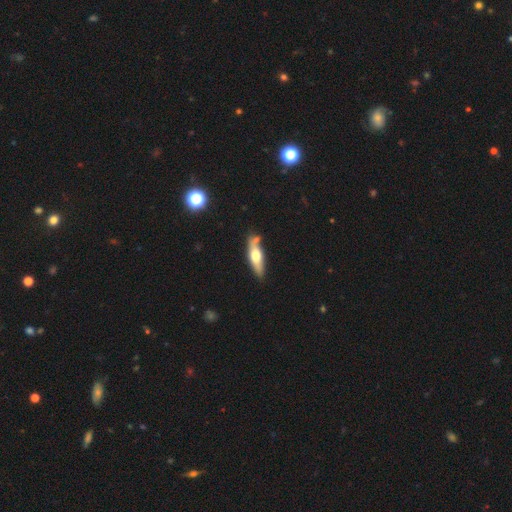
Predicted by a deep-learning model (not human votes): Smooth or featured: smooth — 49% (featured or disk — 46%)
Merging: none — 70% (minor disturbance — 17%)